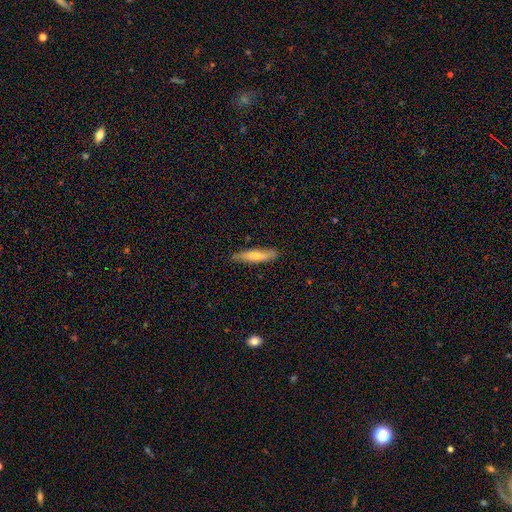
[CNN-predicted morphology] A smooth galaxy with no disk features (68%) that is cigar-shaped (82%). Merging: none (82%).